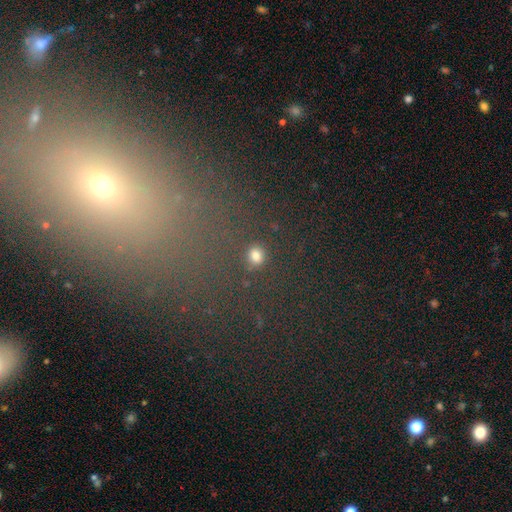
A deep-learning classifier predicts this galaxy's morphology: Smooth or featured? smooth (75%)
How rounded? round (71%)
Merging? none (82%)